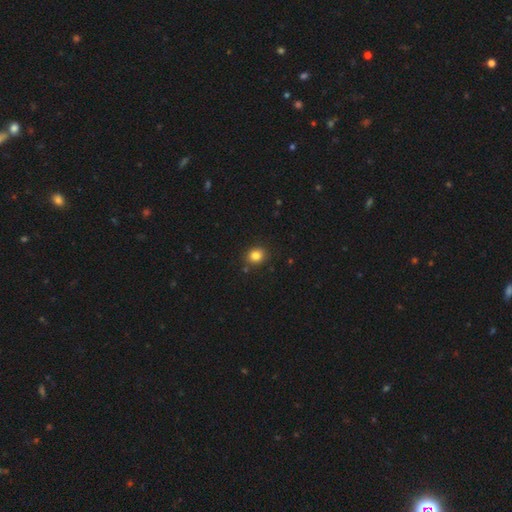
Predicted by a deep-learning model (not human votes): Smooth or featured: smooth — 83% (star or artifact — 11%)
How rounded: round — 65% (in between — 34%)
Merging: none — 86% (minor disturbance — 9%)